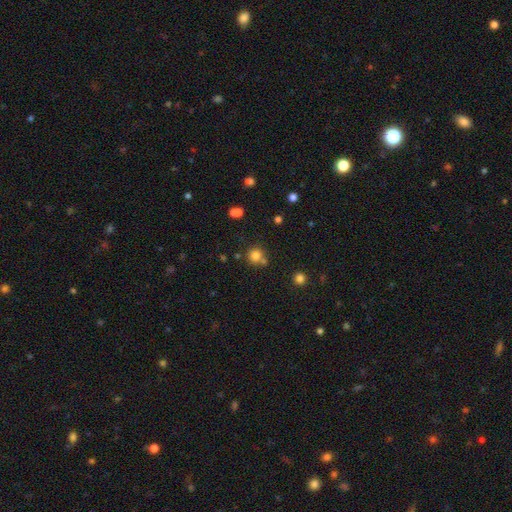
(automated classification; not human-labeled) Smooth or featured?
  - smooth: 79% *
  - star or artifact: 14%
  - featured or disk: 7%
How rounded?
  - round: 91% *
  - in between: 9%
  - cigar-shaped: 1%
Merging?
  - none: 65% *
  - merger: 21%
  - minor disturbance: 10%
  - major disturbance: 4%